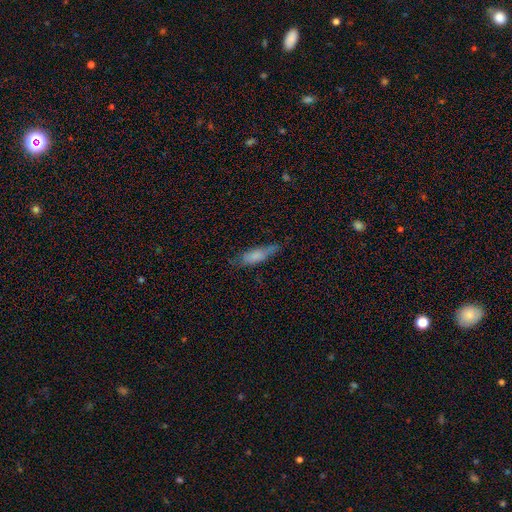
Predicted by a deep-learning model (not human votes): Q: Smooth or featured?
A: smooth (74%); runner-up: featured or disk (19%)
Q: How rounded?
A: cigar-shaped (56%); runner-up: in between (42%)
Q: Merging?
A: none (62%); runner-up: minor disturbance (29%)